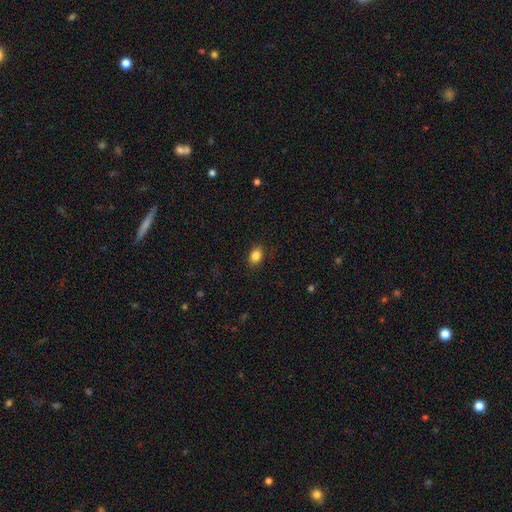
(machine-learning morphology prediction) This appears to be a smooth galaxy with no disk features (85%) that is in between round and cigar-shaped (72%). Merging: none (87%).